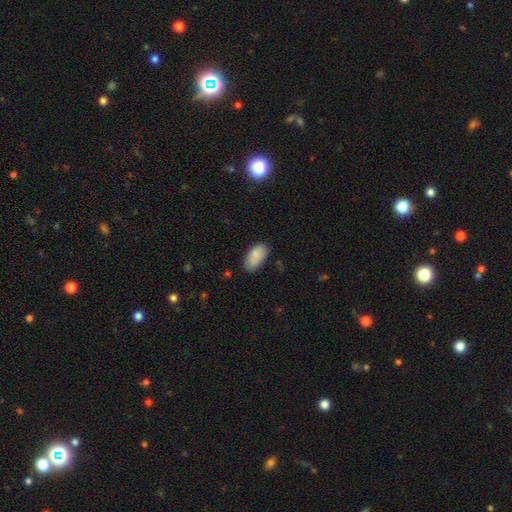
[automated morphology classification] This appears to be a smooth galaxy with no disk features (88%) that is in between round and cigar-shaped (95%). Merging: none (80%).